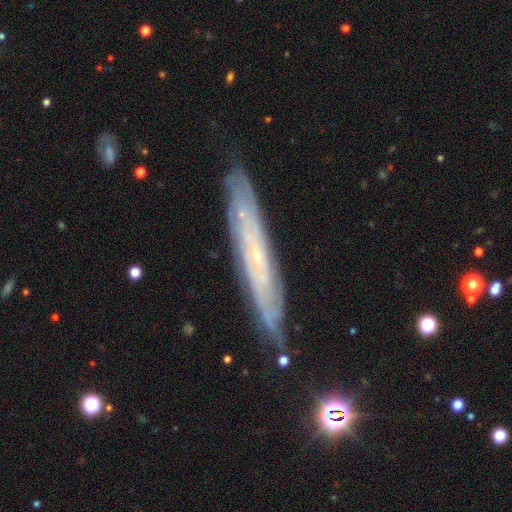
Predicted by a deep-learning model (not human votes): Smooth or featured: featured or disk — 76% (smooth — 17%)
Edge-on disk: yes — 52% (no — 48%)
Merging: none — 79% (minor disturbance — 16%)